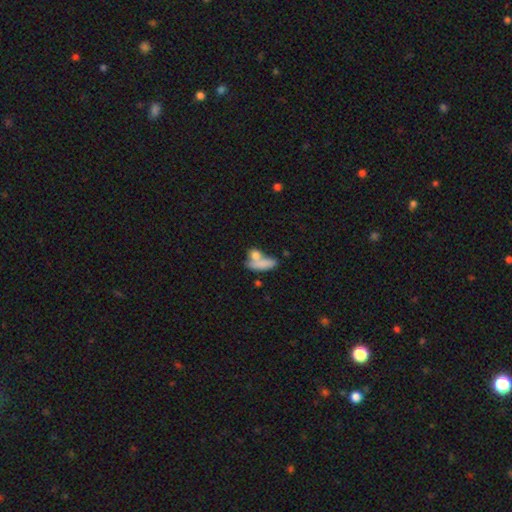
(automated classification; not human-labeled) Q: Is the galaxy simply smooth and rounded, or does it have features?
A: smooth — 78%.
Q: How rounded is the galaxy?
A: in between — 59%.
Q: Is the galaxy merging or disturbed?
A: merger — 43%.